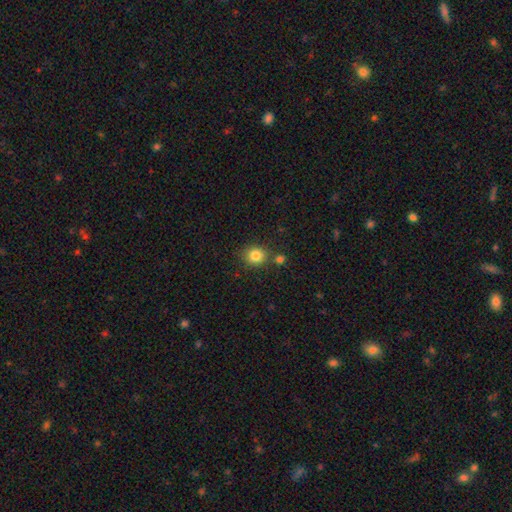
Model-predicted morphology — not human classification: Smooth or featured? Predicted: smooth (p=0.83). How rounded? Predicted: round (p=0.82). Merging? Predicted: none (p=0.73).